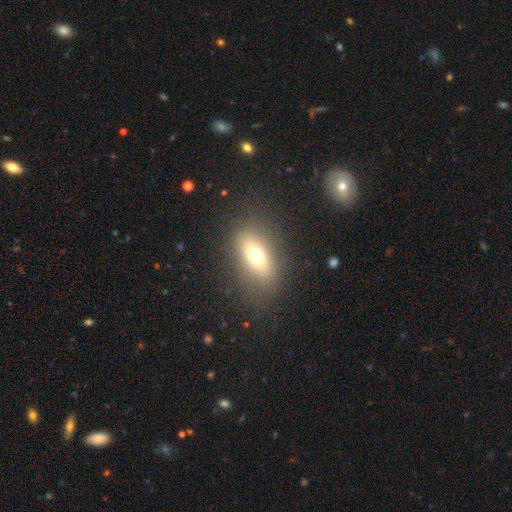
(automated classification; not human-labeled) Overall: smooth (65%). How rounded: in between (76%). Merging: none (78%).